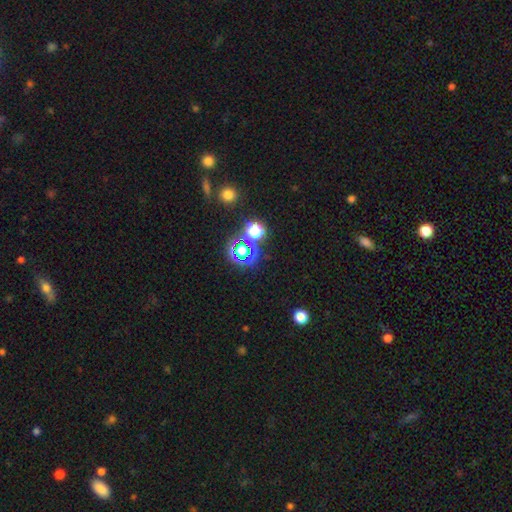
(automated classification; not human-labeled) Q: Smooth or featured?
A: star or artifact (65%); runner-up: smooth (27%)